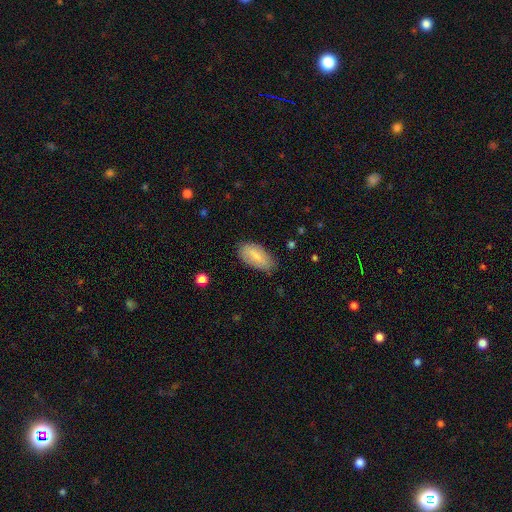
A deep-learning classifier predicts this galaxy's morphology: smooth 79%, featured or disk 15%, star or artifact 6%. Down the decision tree: how rounded — in between (91%); merging — none (79%).